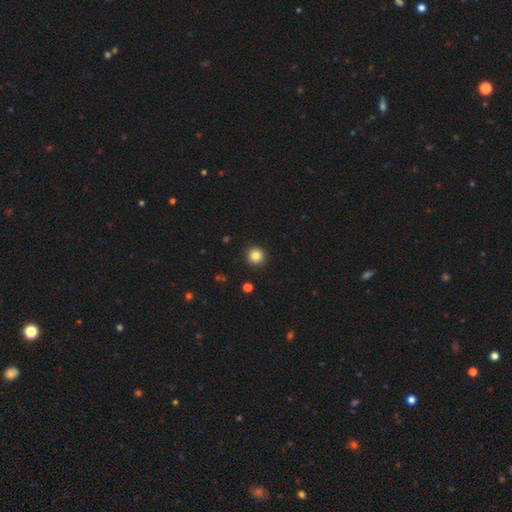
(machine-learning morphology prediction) Smooth or featured? smooth (84%)
How rounded? round (95%)
Merging? none (93%)